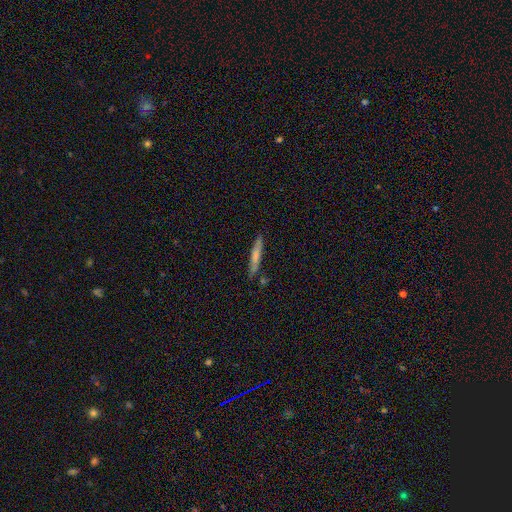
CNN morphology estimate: Overall: smooth (65%; featured or disk 28%). How rounded: cigar-shaped (93%). Merging: none (81%).